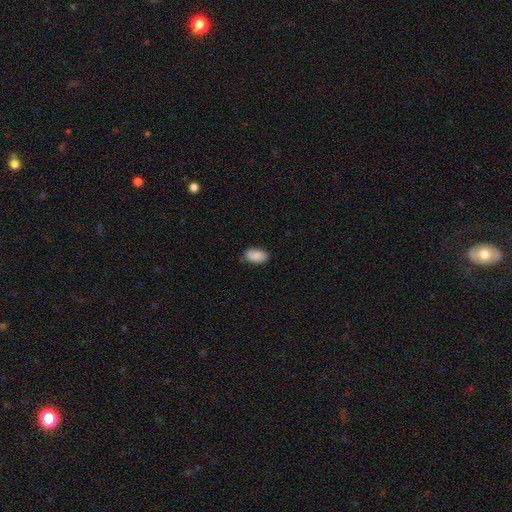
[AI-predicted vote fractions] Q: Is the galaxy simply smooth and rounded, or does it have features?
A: smooth — 86%.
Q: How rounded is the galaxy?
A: in between — 93%.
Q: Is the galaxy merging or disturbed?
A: none — 75%.